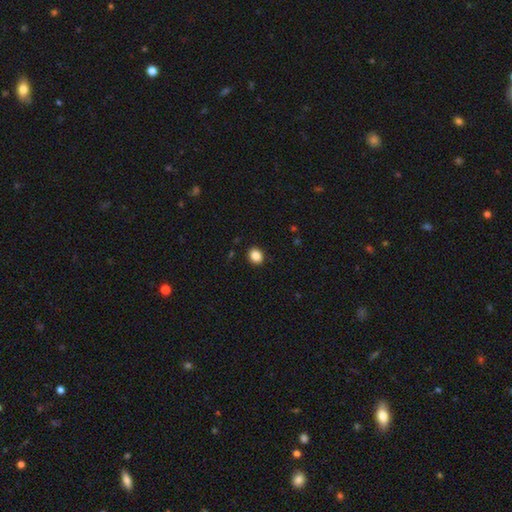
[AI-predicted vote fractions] Overall: smooth (87%). How rounded: round (55%; in between 44%). Merging: none (91%).